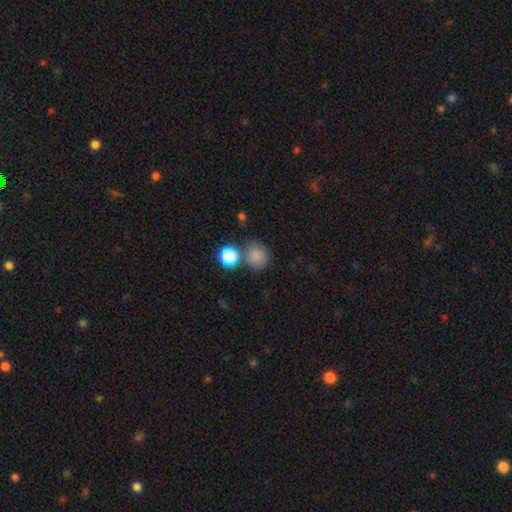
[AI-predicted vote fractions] smooth 81%, star or artifact 11%, featured or disk 8%. Down the decision tree: how rounded — round (85%); merging — none (61%).